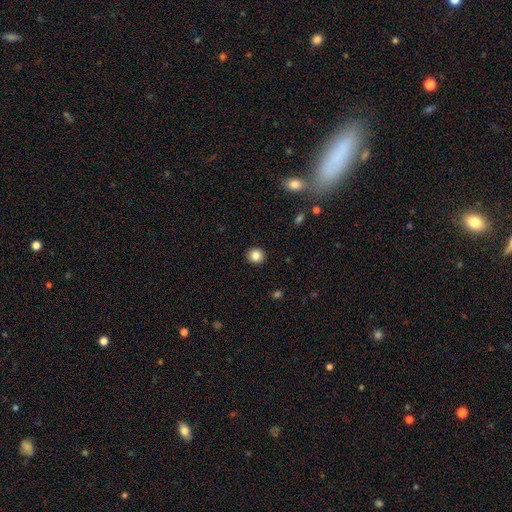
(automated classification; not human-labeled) A smooth galaxy with no disk features (85%) that is round (90%).

Vote fractions:
- Smooth or featured? smooth: 85% / star or artifact: 10% / featured or disk: 5%
- How rounded? round: 90% / in between: 9% / cigar-shaped: 1%
- Merging? none: 92% / minor disturbance: 5% / major disturbance: 2% / merger: 1%